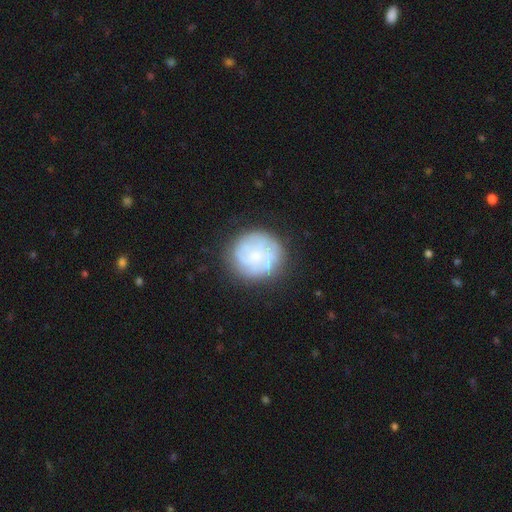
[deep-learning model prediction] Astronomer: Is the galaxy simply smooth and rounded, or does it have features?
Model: featured or disk — 49% (runner-up: smooth, 43%).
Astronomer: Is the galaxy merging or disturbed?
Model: none — 72%.